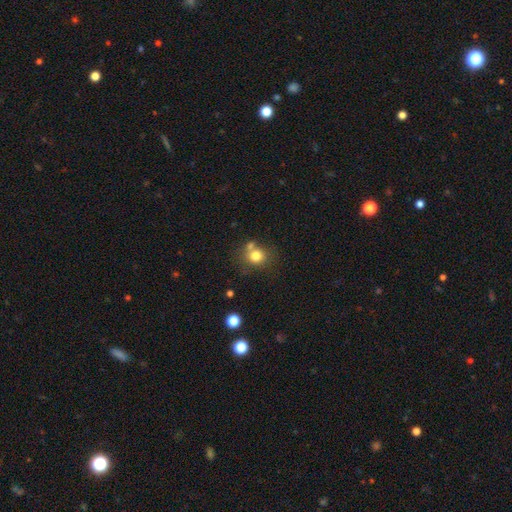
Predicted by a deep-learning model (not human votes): A smooth galaxy with no disk features (78%) that is round (80%).

Vote fractions:
- Smooth or featured? smooth: 78% / star or artifact: 12% / featured or disk: 10%
- How rounded? round: 80% / in between: 19% / cigar-shaped: 1%
- Merging? none: 58% / merger: 23% / minor disturbance: 13% / major disturbance: 5%